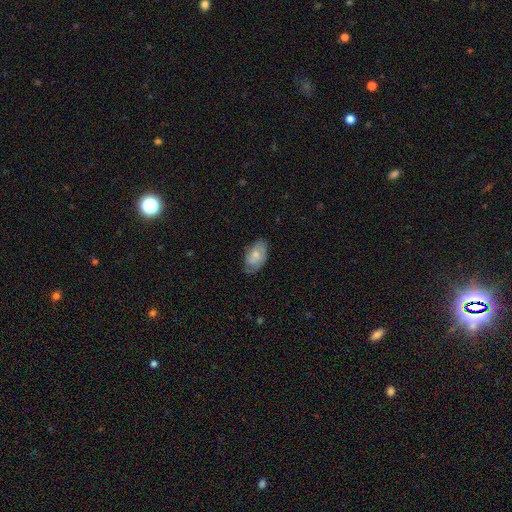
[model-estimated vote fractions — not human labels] A smooth galaxy with no disk features (49%).

Vote fractions:
- Smooth or featured? smooth: 49% / featured or disk: 44% / star or artifact: 7%
- Merging? none: 66% / minor disturbance: 26% / major disturbance: 6% / merger: 1%